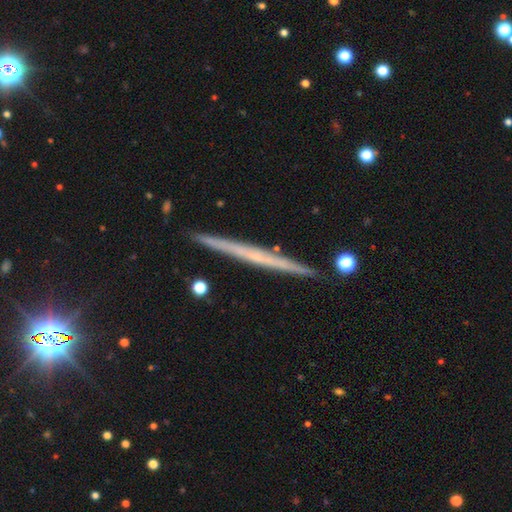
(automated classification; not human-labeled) The model was most divided on "smooth or featured": featured or disk: 66%, smooth: 27%, star or artifact: 7%. More confident: edge-on disk — yes (98%); merging — none (91%); edge-on bulge — none (83%).